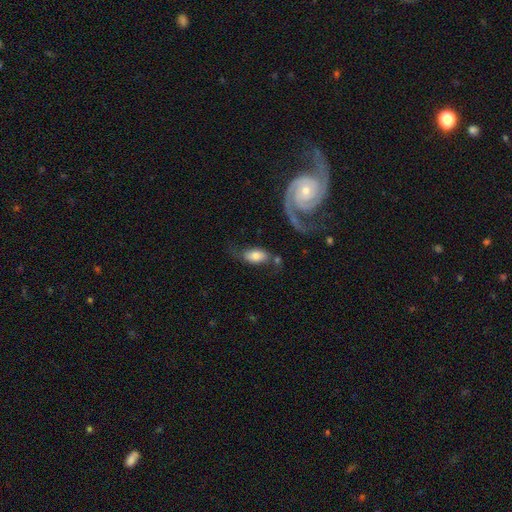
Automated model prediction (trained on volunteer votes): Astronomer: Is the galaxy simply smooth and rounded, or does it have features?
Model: smooth — 52% (runner-up: featured or disk, 40%).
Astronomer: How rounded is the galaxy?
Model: in between — 90%.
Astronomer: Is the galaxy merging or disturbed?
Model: none — 47%.